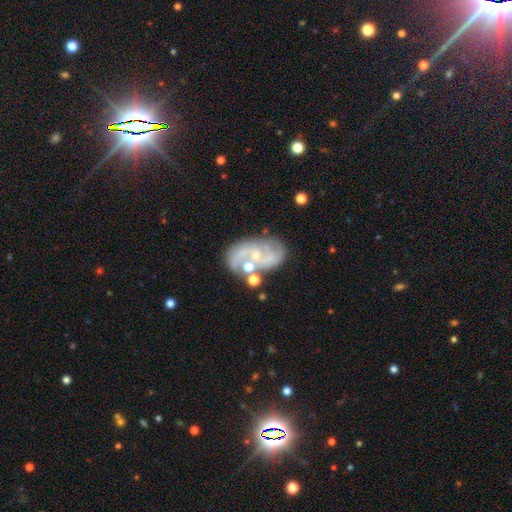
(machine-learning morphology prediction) type=featured or disk (78%); edge-on=no (97%); bar=no (59%); spiral arms=yes (90%); winding=medium (44%); arm count=2 (60%); bulge=small (72%); merging=none (62%).